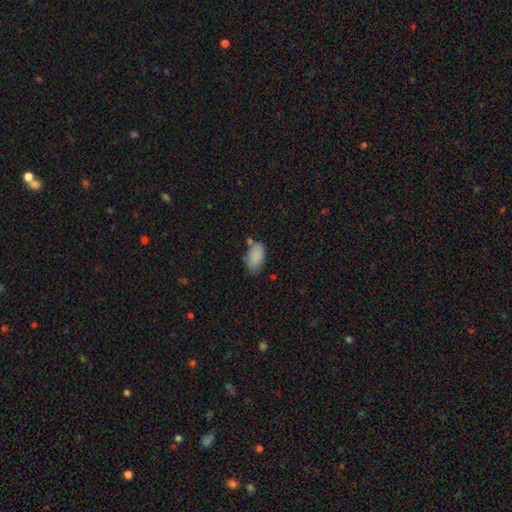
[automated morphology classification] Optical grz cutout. It shows a smooth galaxy with no disk features (85%) that is in between round and cigar-shaped (94%). Merging: none (54%).